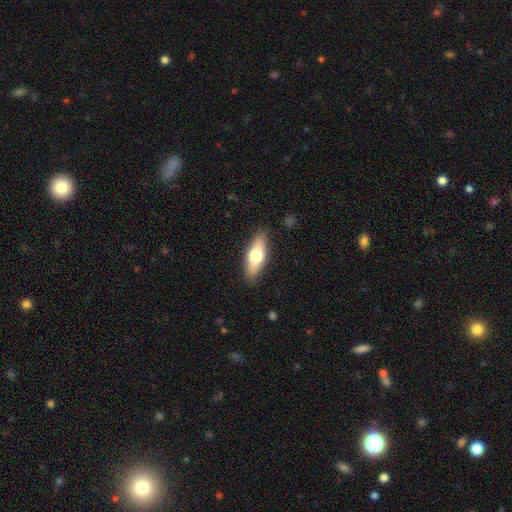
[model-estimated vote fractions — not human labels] Morphology: type=smooth (62%); roundness=in between (61%); merging=none (86%).